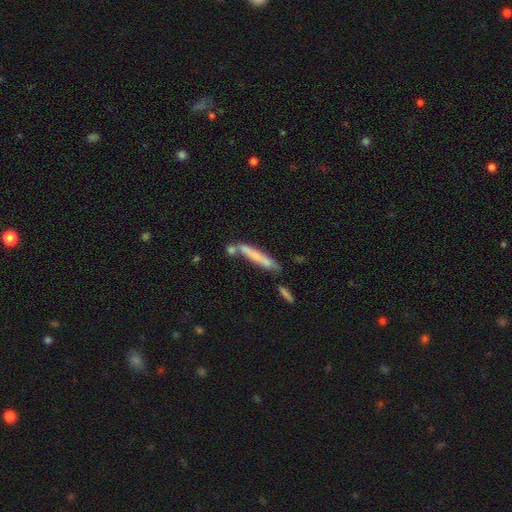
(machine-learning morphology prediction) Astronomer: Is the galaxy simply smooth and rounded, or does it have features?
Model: smooth — 61%.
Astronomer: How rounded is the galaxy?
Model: cigar-shaped — 93%.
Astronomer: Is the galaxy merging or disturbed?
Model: none — 62%.